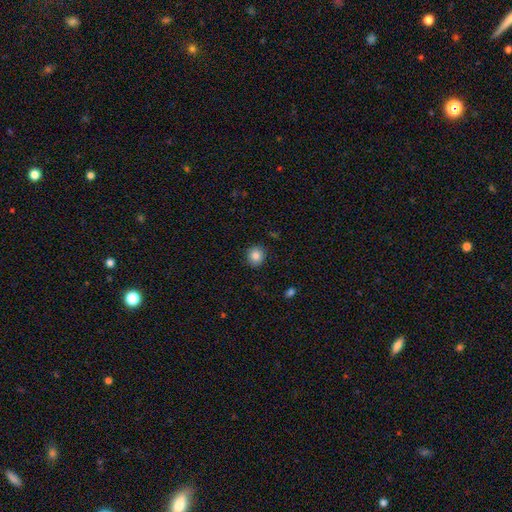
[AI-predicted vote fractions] Smooth or featured?
  - smooth: 85% *
  - star or artifact: 9%
  - featured or disk: 6%
How rounded?
  - round: 85% *
  - in between: 14%
  - cigar-shaped: 1%
Merging?
  - none: 90% *
  - minor disturbance: 7%
  - major disturbance: 2%
  - merger: 1%